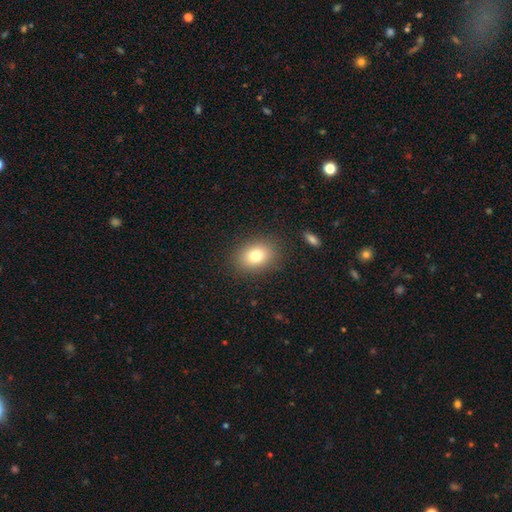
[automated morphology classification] Smooth or featured: smooth — 78% (featured or disk — 11%)
How rounded: in between — 64% (round — 35%)
Merging: none — 86% (minor disturbance — 9%)